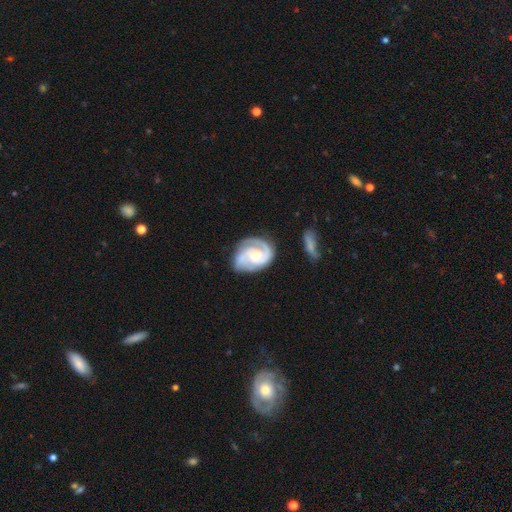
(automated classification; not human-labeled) A featured or disk galaxy (86%) with no bar (64%), 2 (55%) tight (55%) spiral arms (96%) and a moderate central bulge (51%).

Vote fractions:
- Smooth or featured? featured or disk: 86% / smooth: 10% / star or artifact: 4%
- Edge-on disk? no: 98% / yes: 2%
- Bar? no: 64% / weak: 30% / strong: 6%
- Spiral arms? yes: 96% / no: 4%
- Spiral winding? tight: 55% / medium: 36% / loose: 9%
- Spiral arm count? 2: 55% / 3: 18% / can't tell: 11% / 1: 10% / 4: 3% / more than 4: 2%
- Bulge size? moderate: 51% / small: 44% / large: 3% / none: 1% / dominant: 1%
- Merging? none: 61% / minor disturbance: 24% / major disturbance: 11% / merger: 4%